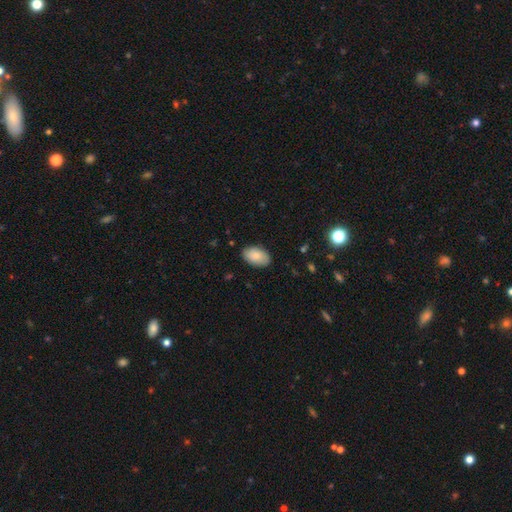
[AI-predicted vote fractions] smooth-or-featured: smooth: 86% | featured or disk: 8% | star or artifact: 6%
  how-rounded: in between: 93% | round: 6% | cigar-shaped: 1%
  merging: none: 86% | minor disturbance: 11% | major disturbance: 2% | merger: 1%